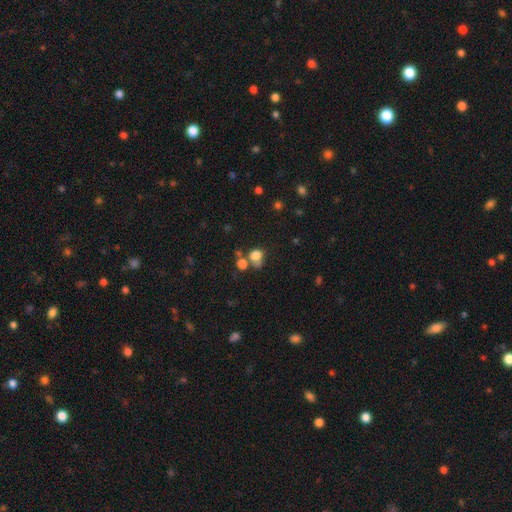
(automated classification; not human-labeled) Smooth or featured: smooth — 76% (star or artifact — 14%)
How rounded: round — 66% (in between — 33%)
Merging: none — 42% (merger — 34%)